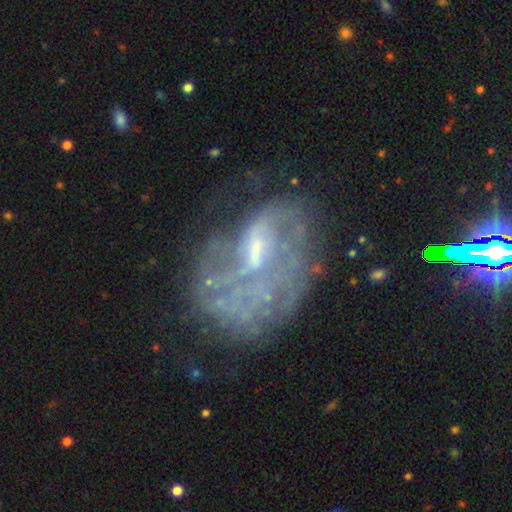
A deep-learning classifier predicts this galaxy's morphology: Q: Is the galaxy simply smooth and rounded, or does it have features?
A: featured or disk — 65%.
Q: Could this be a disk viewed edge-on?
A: no — 97%.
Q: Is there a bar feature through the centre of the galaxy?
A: no — 53%.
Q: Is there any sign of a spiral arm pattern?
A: no — 54%.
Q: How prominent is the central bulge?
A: small — 40%.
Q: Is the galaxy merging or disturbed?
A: none — 43%.